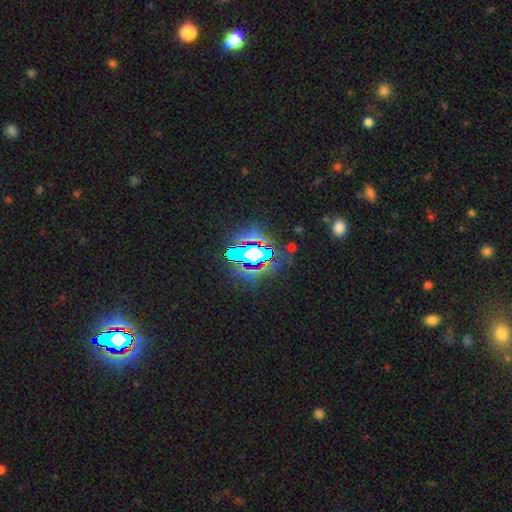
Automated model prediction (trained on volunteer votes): star or artifact 65%, smooth 19%, featured or disk 17%.